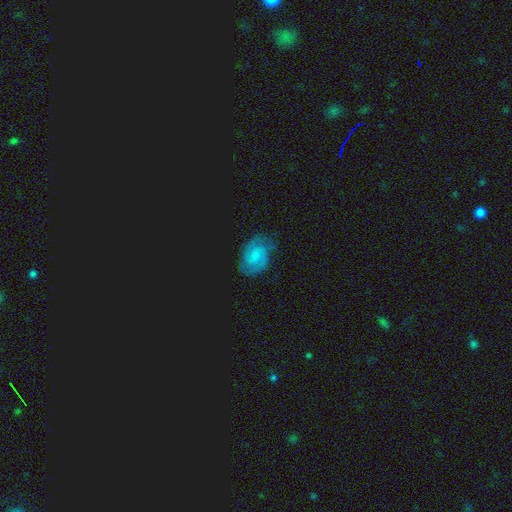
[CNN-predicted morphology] Smooth or featured?
  - featured or disk: 69% *
  - smooth: 19%
  - star or artifact: 12%
Edge-on disk?
  - no: 98% *
  - yes: 2%
Bar?
  - no: 54% *
  - weak: 40%
  - strong: 6%
Spiral arms?
  - yes: 93% *
  - no: 7%
Spiral winding?
  - tight: 47% *
  - medium: 43%
  - loose: 11%
Spiral arm count?
  - 2: 69% *
  - can't tell: 16%
  - 3: 7%
  - 1: 3%
  - 4: 3%
  - more than 4: 2%
Bulge size?
  - small: 50% *
  - moderate: 30%
  - none: 15%
  - large: 3%
  - dominant: 1%
Merging?
  - none: 69% *
  - minor disturbance: 21%
  - major disturbance: 8%
  - merger: 2%